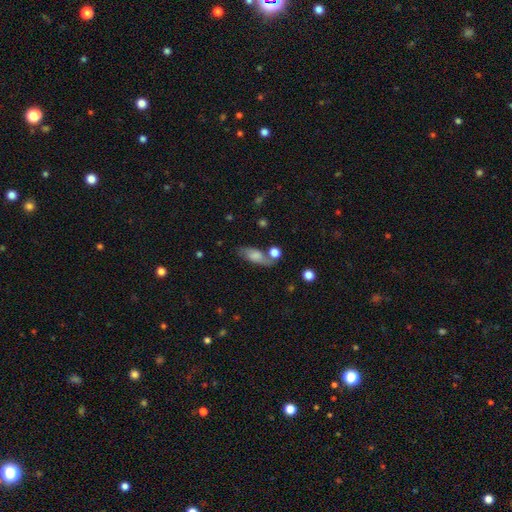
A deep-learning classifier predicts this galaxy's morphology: This appears to be a smooth galaxy with no disk features (58%) that is in between round and cigar-shaped (73%). Merging: none (57%).